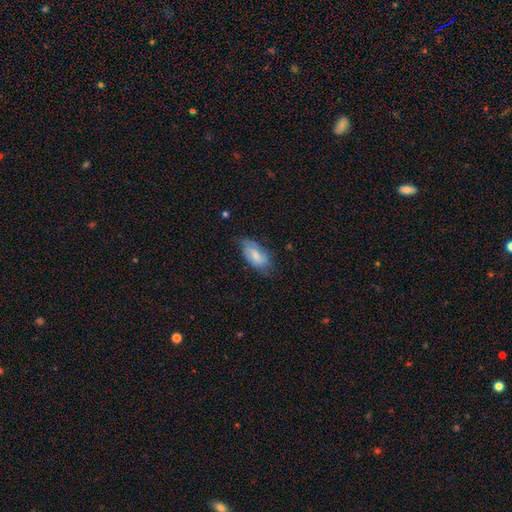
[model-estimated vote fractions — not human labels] Smooth or featured?
  - smooth: 71% *
  - featured or disk: 23%
  - star or artifact: 6%
How rounded?
  - in between: 92% *
  - cigar-shaped: 5%
  - round: 3%
Merging?
  - none: 58% *
  - minor disturbance: 32%
  - major disturbance: 8%
  - merger: 2%